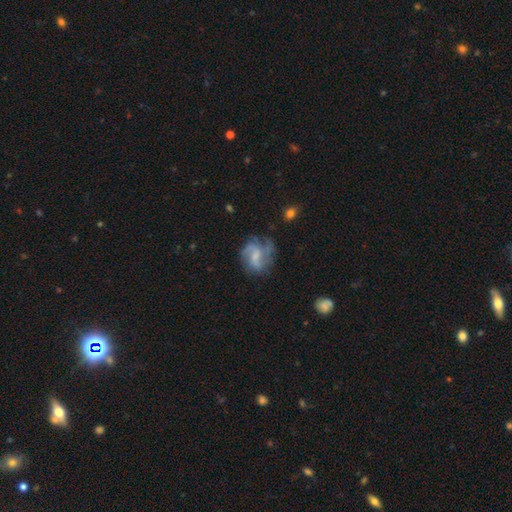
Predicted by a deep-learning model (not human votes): A featured or disk galaxy (74%) with a weak bar (50%), 2 (41%) medium (46%) spiral arms (89%) and a small central bulge (48%).

Vote fractions:
- Smooth or featured? featured or disk: 74% / smooth: 19% / star or artifact: 7%
- Edge-on disk? no: 98% / yes: 2%
- Bar? weak: 50% / no: 38% / strong: 12%
- Spiral arms? yes: 89% / no: 11%
- Spiral winding? medium: 46% / loose: 36% / tight: 18%
- Spiral arm count? 2: 41% / 3: 27% / can't tell: 18% / 4: 6% / 1: 5% / more than 4: 4%
- Bulge size? small: 48% / moderate: 29% / none: 19% / large: 3% / dominant: 1%
- Merging? none: 59% / minor disturbance: 22% / major disturbance: 17% / merger: 3%